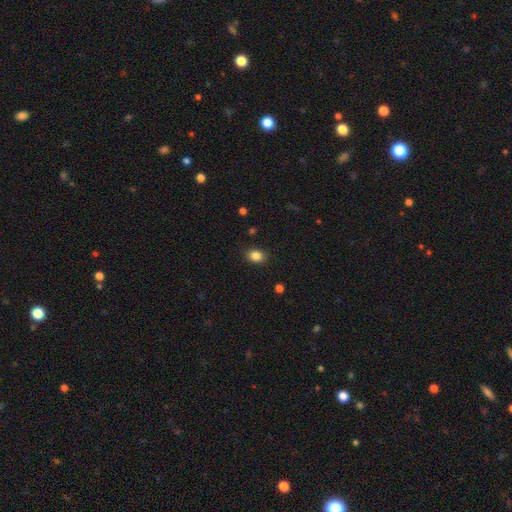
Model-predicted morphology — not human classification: smooth-or-featured: smooth: 85% | star or artifact: 10% | featured or disk: 4%
  how-rounded: in between: 57% | round: 42% | cigar-shaped: 1%
  merging: none: 87% | minor disturbance: 9% | major disturbance: 2% | merger: 1%